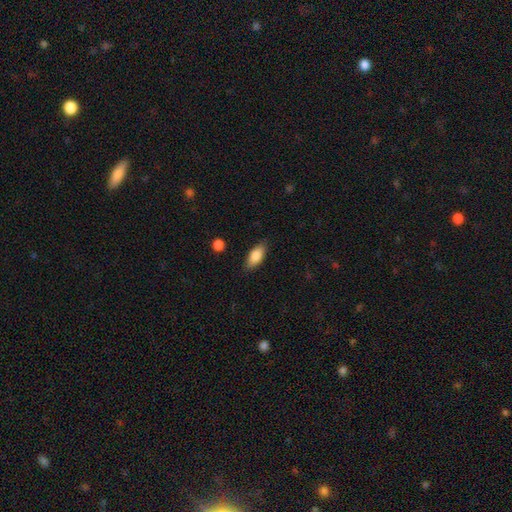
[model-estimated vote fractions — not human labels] Overall: smooth (83%). How rounded: in between (83%). Merging: none (85%).